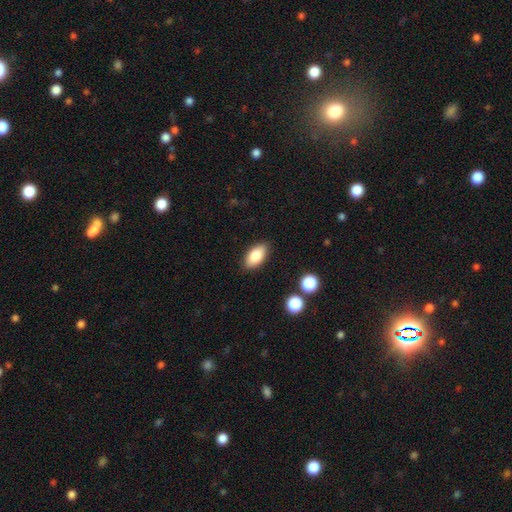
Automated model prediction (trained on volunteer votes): Smooth or featured? smooth (82%)
How rounded? in between (91%)
Merging? none (87%)